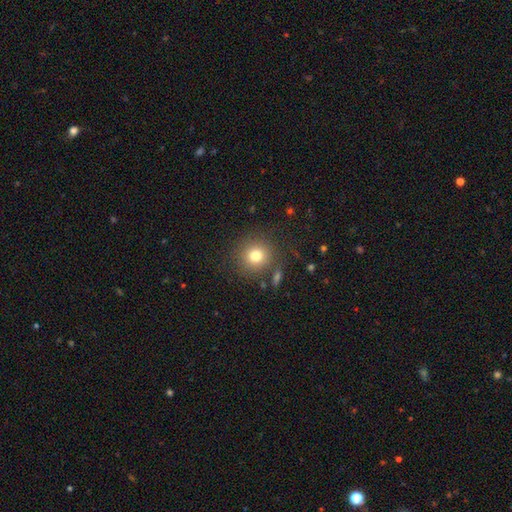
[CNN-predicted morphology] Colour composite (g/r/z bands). It shows a smooth galaxy with no disk features (78%) that is round (90%). Merging: none (83%).